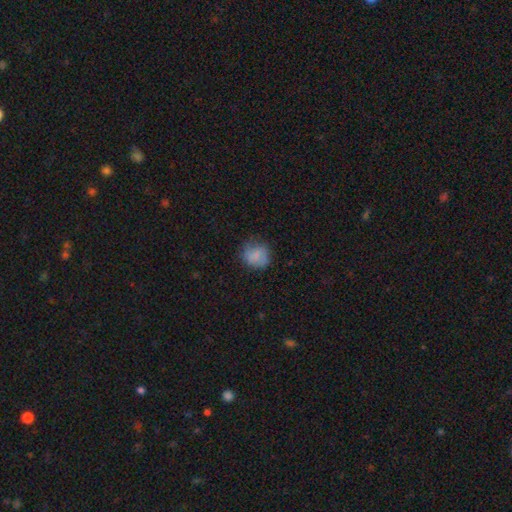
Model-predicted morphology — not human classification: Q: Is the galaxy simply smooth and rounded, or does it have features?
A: smooth — 75%.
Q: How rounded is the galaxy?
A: round — 82%.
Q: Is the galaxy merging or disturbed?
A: none — 64%.